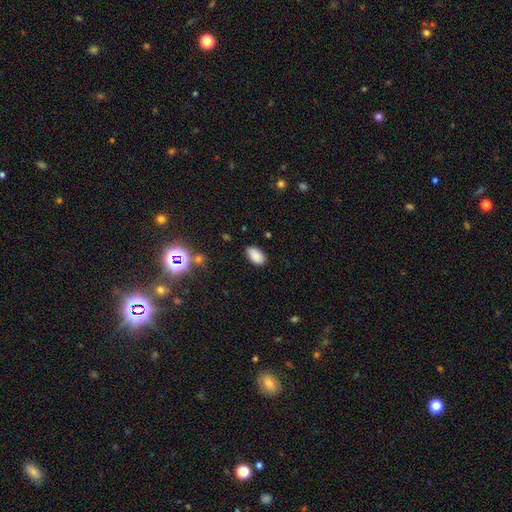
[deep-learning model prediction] Smooth or featured: smooth — 84% (star or artifact — 10%)
How rounded: in between — 94% (round — 5%)
Merging: none — 83% (minor disturbance — 13%)